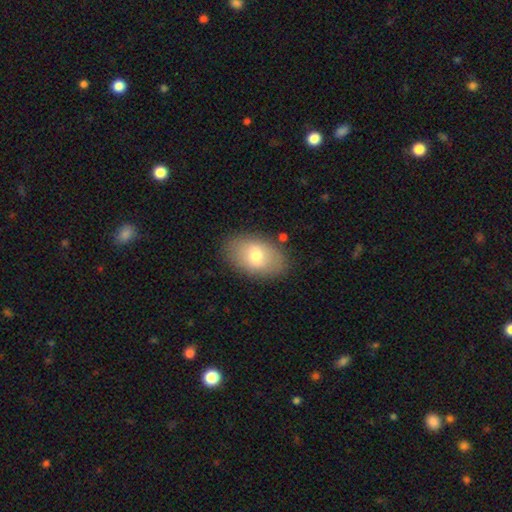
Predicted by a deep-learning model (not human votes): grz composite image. It shows a smooth galaxy with no disk features (71%) that is in between round and cigar-shaped (90%). Merging: none (83%).